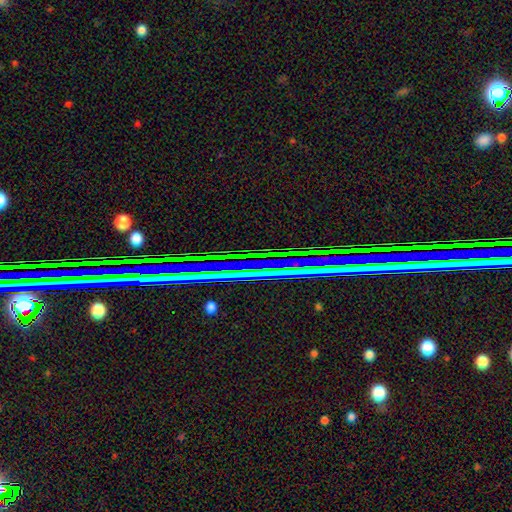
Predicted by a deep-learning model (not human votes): star or artifact 82%, featured or disk 10%, smooth 8%.